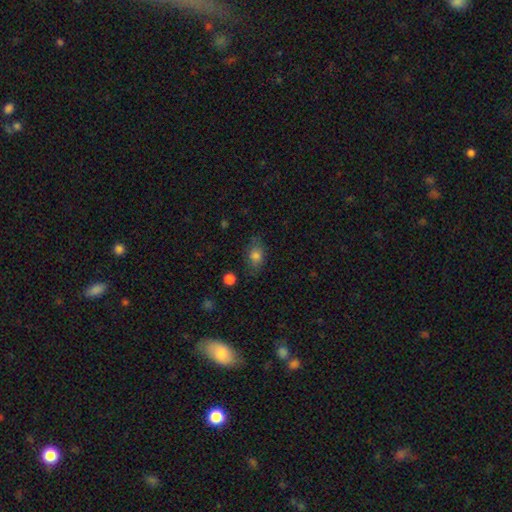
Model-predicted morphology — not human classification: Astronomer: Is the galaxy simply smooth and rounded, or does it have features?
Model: smooth — 79%.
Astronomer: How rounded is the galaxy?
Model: in between — 73%.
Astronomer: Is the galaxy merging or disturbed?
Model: none — 73%.